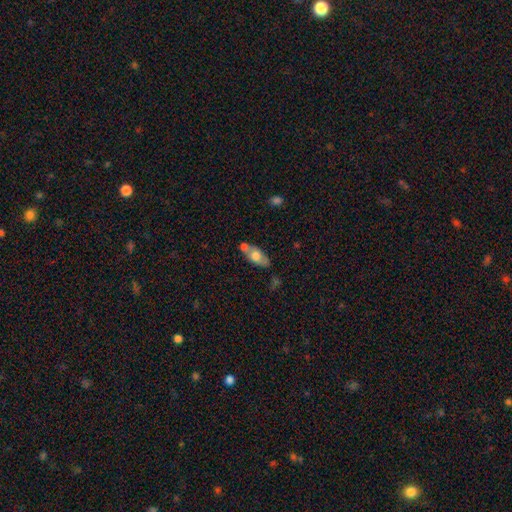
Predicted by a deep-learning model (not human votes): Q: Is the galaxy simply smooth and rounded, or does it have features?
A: smooth — 61%.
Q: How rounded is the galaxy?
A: in between — 82%.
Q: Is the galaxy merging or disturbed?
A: none — 51%.